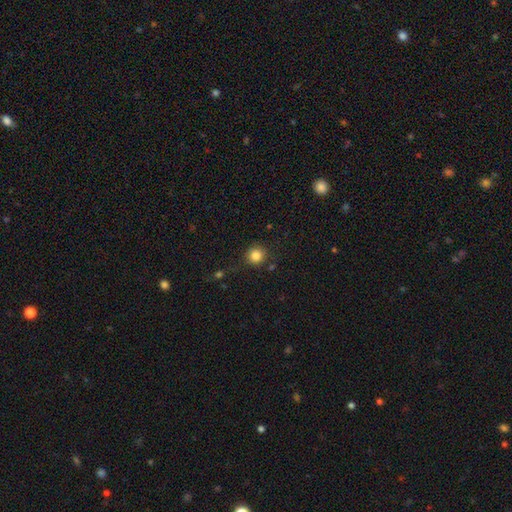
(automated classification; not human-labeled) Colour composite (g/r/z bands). It shows a smooth galaxy with no disk features (84%) that is round (92%). Merging: none (83%).